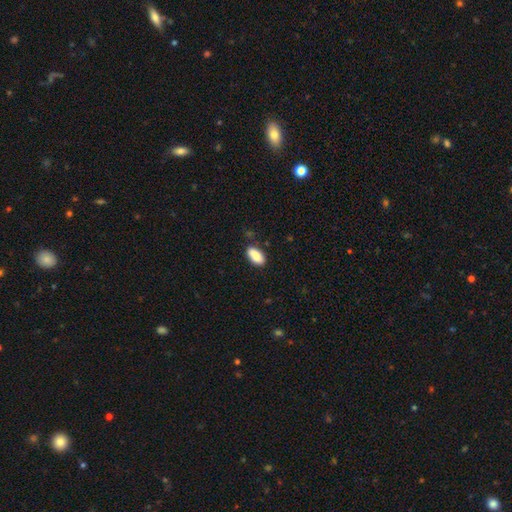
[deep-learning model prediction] smooth_or_featured: smooth (p=0.88) [alt: star or artifact p=0.07]
how_rounded: in between (p=0.91) [alt: cigar-shaped p=0.06]
merging: none (p=0.80) [alt: minor disturbance p=0.15]